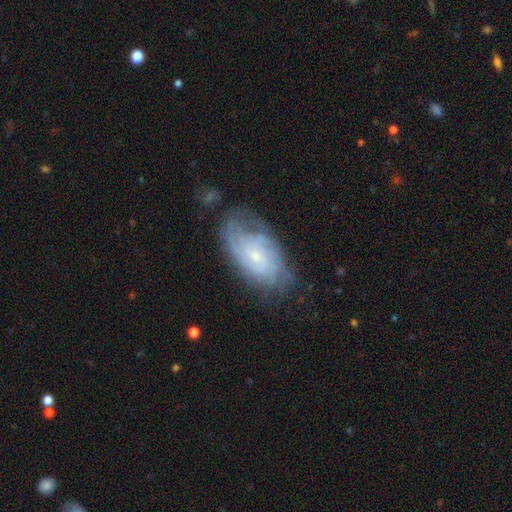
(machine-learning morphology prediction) featured or disk 76%, smooth 17%, star or artifact 7%. Down the decision tree: edge-on disk — no (95%); bar — no (70%); spiral arms — yes (92%); spiral arm count — can't tell (48%); spiral winding — tight (64%); bulge size — small (73%); merging — none (66%).